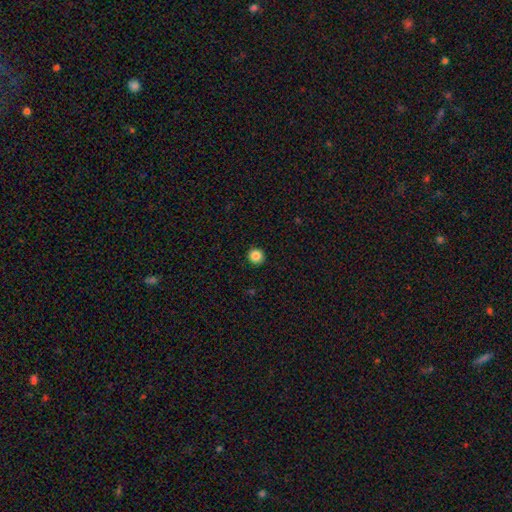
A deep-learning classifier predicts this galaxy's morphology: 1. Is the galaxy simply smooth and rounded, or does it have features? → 86% smooth, 10% star or artifact, 4% featured or disk.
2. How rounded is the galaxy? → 95% round, 4% in between, 1% cigar-shaped.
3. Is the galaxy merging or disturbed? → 93% none, 5% minor disturbance, 2% major disturbance, 1% merger.